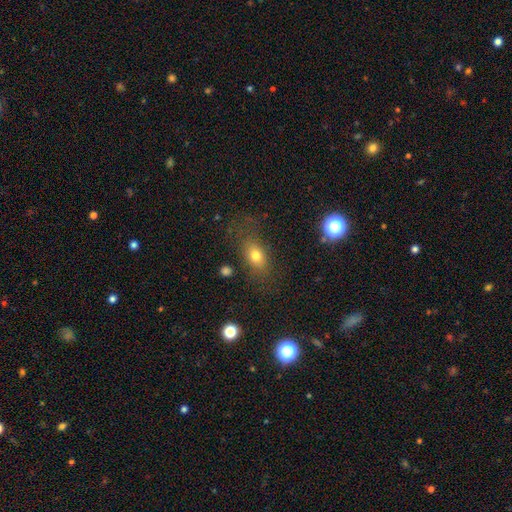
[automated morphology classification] This is likely a smooth galaxy (74%). How rounded: likely in between (75%). Merging: likely none (71%).